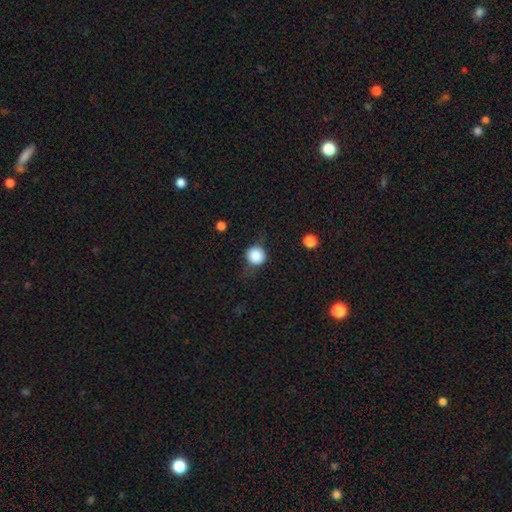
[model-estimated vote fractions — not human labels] This is clearly a smooth galaxy (86%). How rounded: clearly round (93%). Merging: likely none (74%).